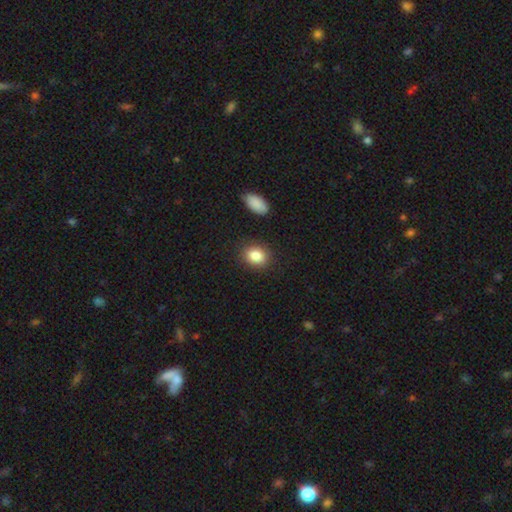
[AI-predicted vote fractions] The model was most divided on "how rounded": in between: 52%, round: 46%, cigar-shaped: 1%. More confident: smooth or featured — smooth (87%); merging — none (85%).